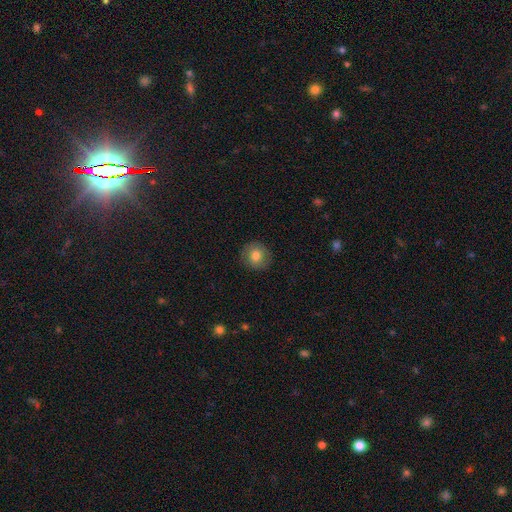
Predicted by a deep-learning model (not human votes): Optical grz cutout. It shows a smooth galaxy with no disk features (78%) that is round (91%). Merging: none (89%).